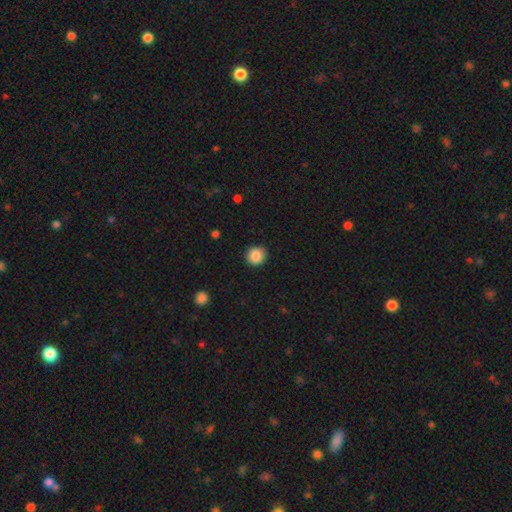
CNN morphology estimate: This appears to be a smooth galaxy with no disk features (87%) that is round (89%). Merging: none (91%).